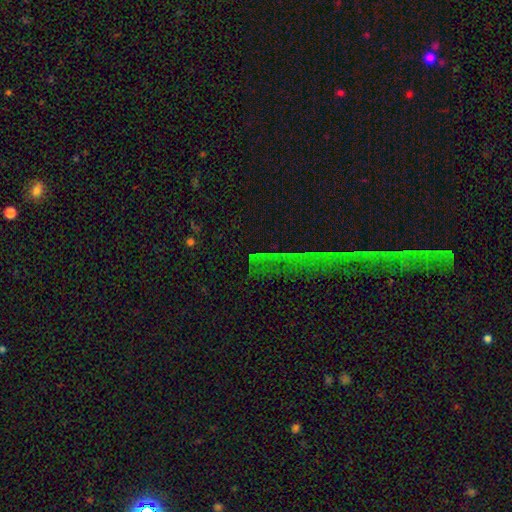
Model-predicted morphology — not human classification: Smooth or featured?
  - star or artifact: 71% *
  - smooth: 16%
  - featured or disk: 13%